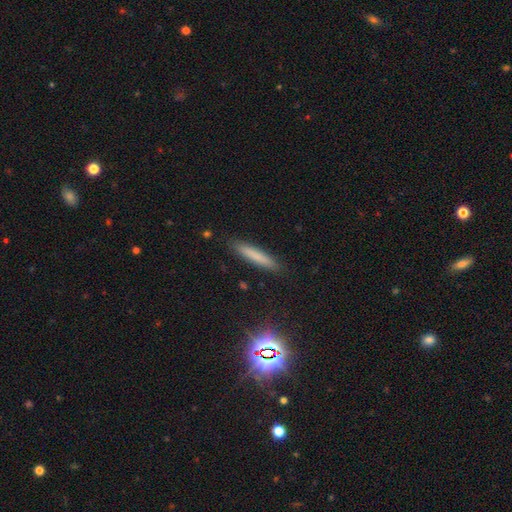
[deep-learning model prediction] Smooth or featured: smooth — 75% (featured or disk — 15%)
How rounded: cigar-shaped — 91% (in between — 7%)
Merging: none — 89% (minor disturbance — 8%)